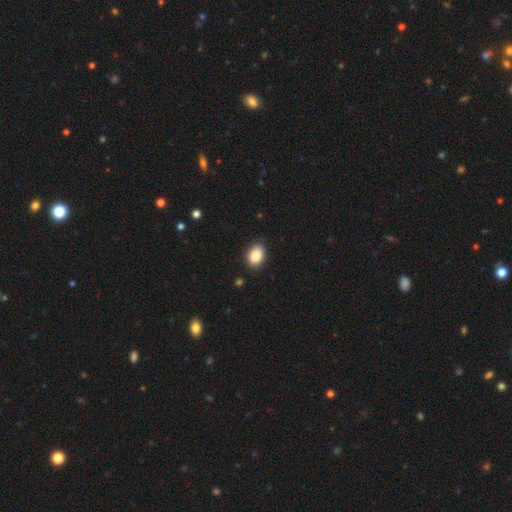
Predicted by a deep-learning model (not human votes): Overall: smooth (88%). How rounded: in between (81%). Merging: none (87%).